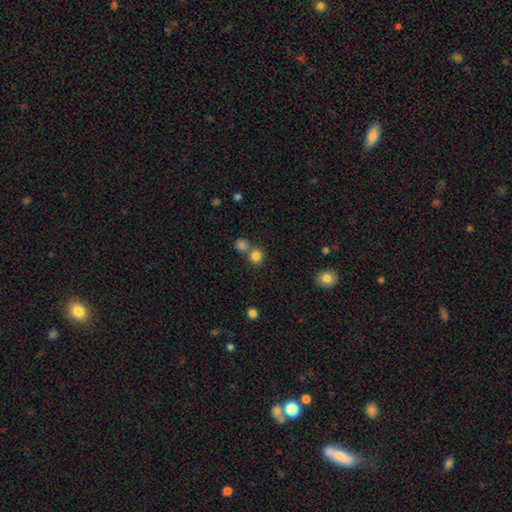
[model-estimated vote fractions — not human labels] This appears to be a smooth galaxy with no disk features (82%) that is round (89%). Merging: none (58%).